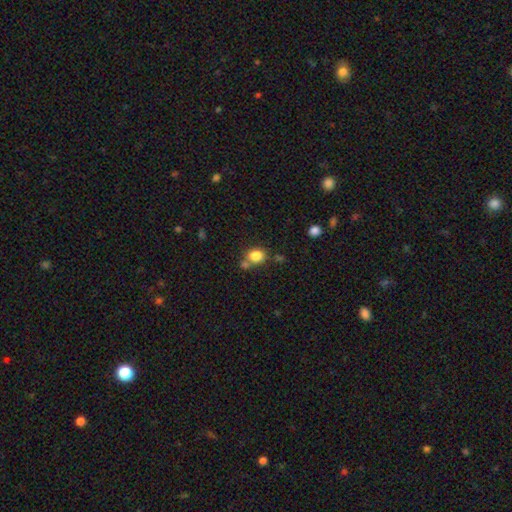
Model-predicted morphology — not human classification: smooth_or_featured: smooth (p=0.84) [alt: star or artifact p=0.10]
how_rounded: round (p=0.58) [alt: in between p=0.41]
merging: none (p=0.61) [alt: merger p=0.22]